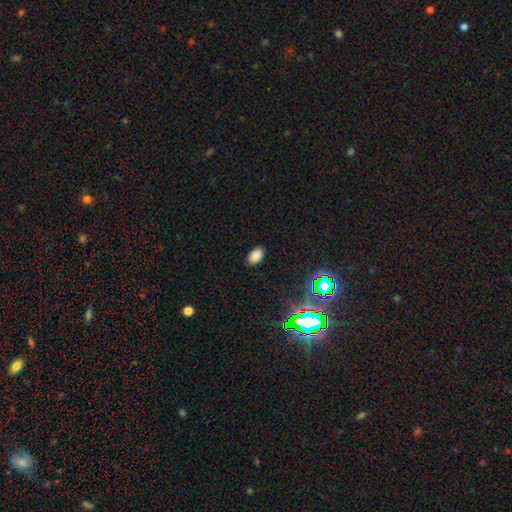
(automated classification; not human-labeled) The model was most divided on "smooth or featured": smooth: 80%, star or artifact: 15%, featured or disk: 4%. More confident: how rounded — in between (89%); merging — none (85%).